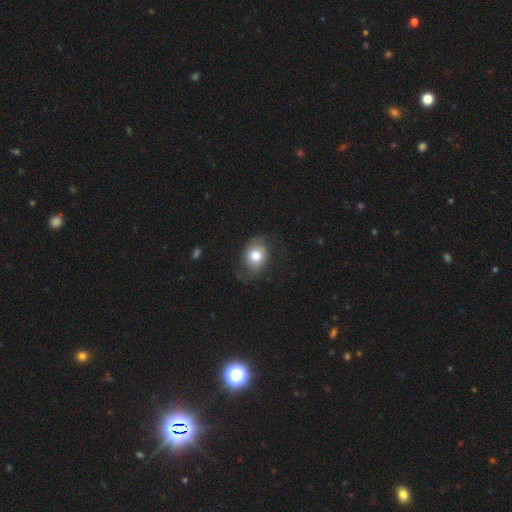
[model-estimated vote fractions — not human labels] Smooth or featured? Predicted: smooth (p=0.69). How rounded? Predicted: in between (p=0.54). Merging? Predicted: none (p=0.59).